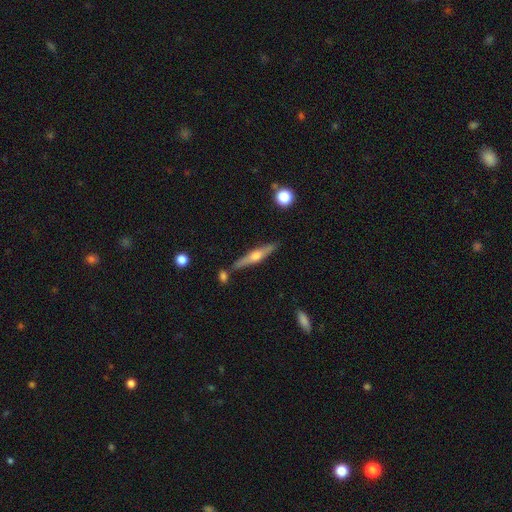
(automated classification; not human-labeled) The model was most divided on "smooth or featured": featured or disk: 64%, smooth: 30%, star or artifact: 6%. More confident: edge-on disk — yes (96%); edge-on bulge — rounded (91%); merging — none (80%).